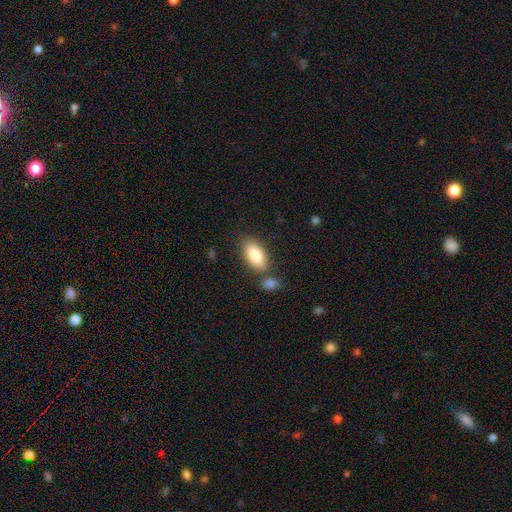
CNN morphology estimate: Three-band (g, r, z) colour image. It shows a smooth galaxy with no disk features (87%) that is in between round and cigar-shaped (92%). Merging: none (68%).